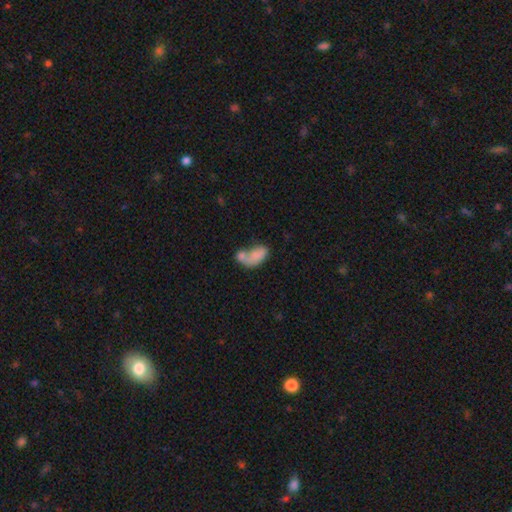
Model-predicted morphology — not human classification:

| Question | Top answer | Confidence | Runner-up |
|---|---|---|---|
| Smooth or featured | smooth | 73% | featured or disk (19%) |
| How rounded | in between | 89% | round (8%) |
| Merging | merger | 58% | none (18%) |